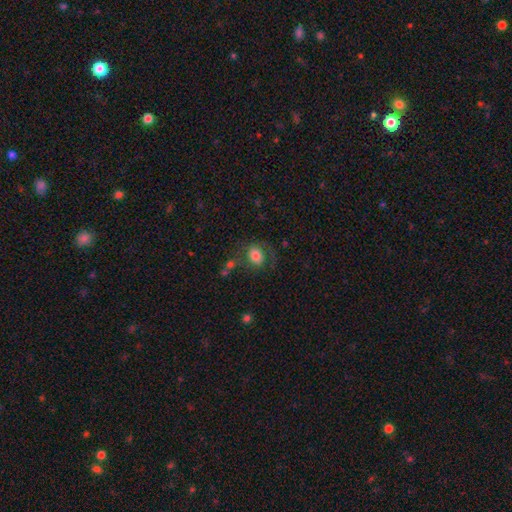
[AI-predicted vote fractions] Q: Smooth or featured?
A: smooth (72%); runner-up: featured or disk (19%)
Q: How rounded?
A: in between (51%); runner-up: round (48%)
Q: Merging?
A: none (56%); runner-up: minor disturbance (20%)